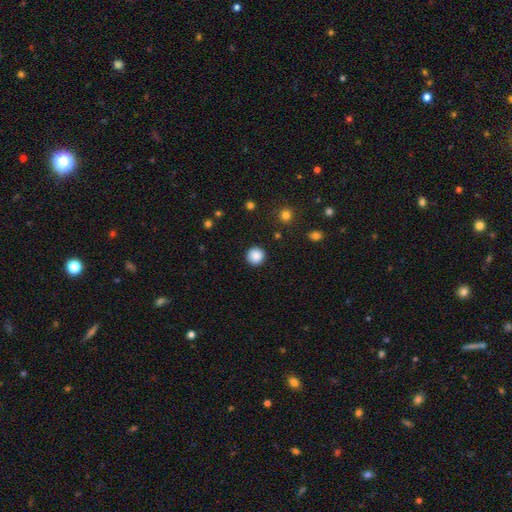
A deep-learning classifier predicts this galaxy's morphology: Q: Smooth or featured?
A: smooth (88%); runner-up: star or artifact (9%)
Q: How rounded?
A: round (95%); runner-up: in between (4%)
Q: Merging?
A: none (92%); runner-up: minor disturbance (5%)